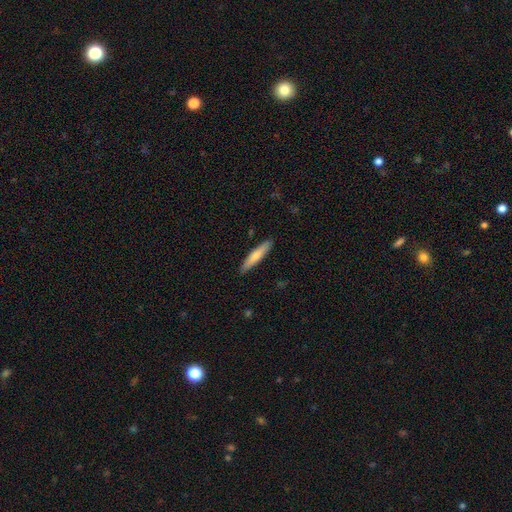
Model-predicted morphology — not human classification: The model was most divided on "smooth or featured": smooth: 68%, featured or disk: 26%, star or artifact: 5%. More confident: merging — none (89%); how rounded — cigar-shaped (88%).